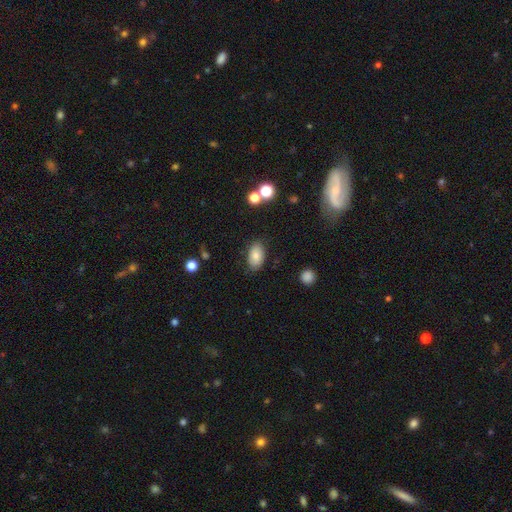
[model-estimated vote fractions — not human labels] Morphology: type=smooth (80%); roundness=in between (92%); merging=none (82%).